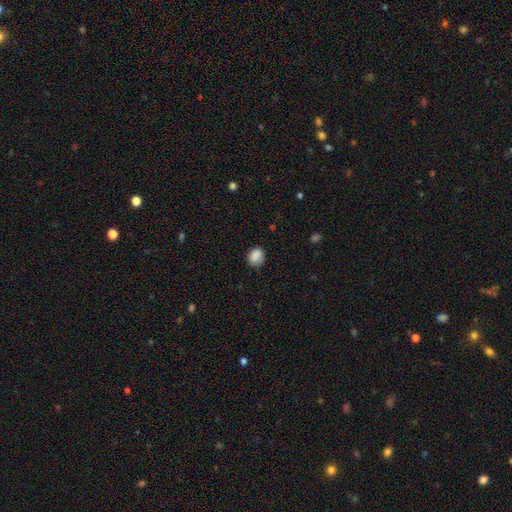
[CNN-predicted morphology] Smooth or featured? Predicted: smooth (p=0.88). How rounded? Predicted: round (p=0.56). Merging? Predicted: none (p=0.81).